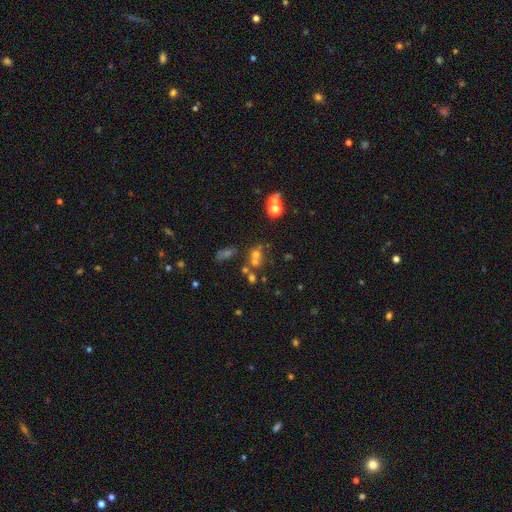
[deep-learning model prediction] A smooth galaxy with no disk features (44%).

Vote fractions:
- Smooth or featured? smooth: 44% / star or artifact: 36% / featured or disk: 20%
- Merging? none: 48% / merger: 36% / minor disturbance: 10% / major disturbance: 7%